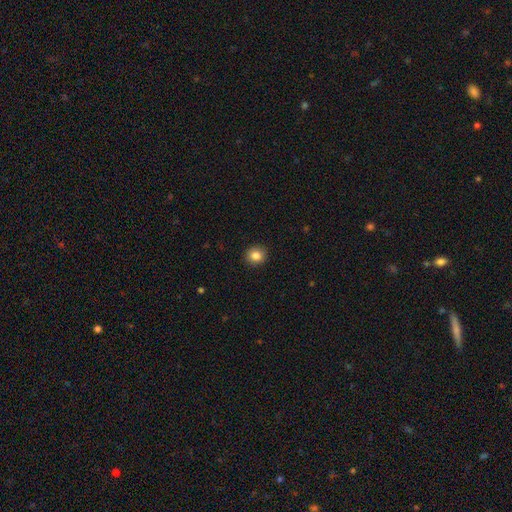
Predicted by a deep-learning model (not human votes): A smooth galaxy with no disk features (85%) that is round (82%).

Vote fractions:
- Smooth or featured? smooth: 85% / star or artifact: 10% / featured or disk: 5%
- How rounded? round: 82% / in between: 17% / cigar-shaped: 1%
- Merging? none: 91% / minor disturbance: 6% / major disturbance: 2% / merger: 1%